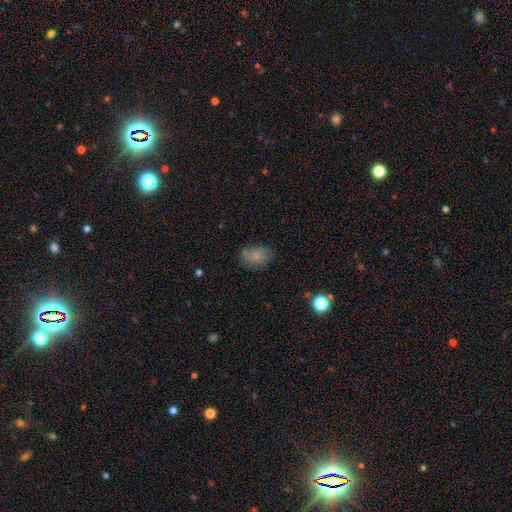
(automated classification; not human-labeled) Morphology: type=smooth (69%); roundness=in between (77%); merging=none (56%).